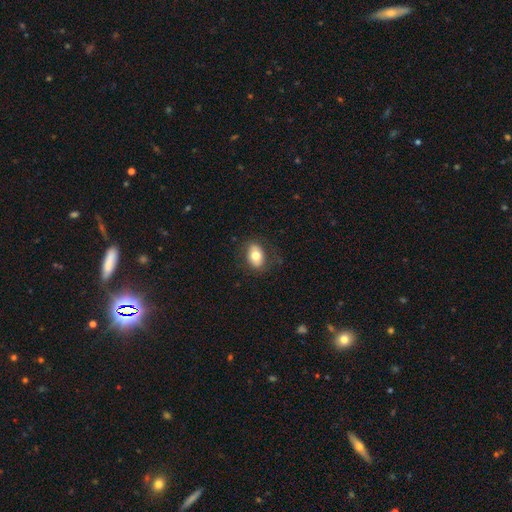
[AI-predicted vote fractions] smooth_or_featured: smooth (p=0.73) [alt: featured or disk p=0.19]
how_rounded: in between (p=0.81) [alt: round p=0.17]
merging: none (p=0.81) [alt: minor disturbance p=0.13]